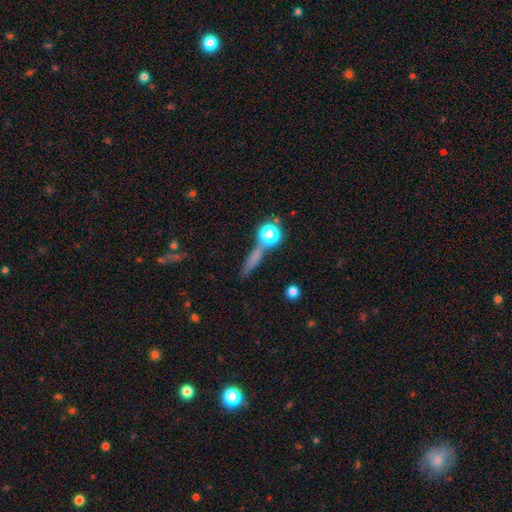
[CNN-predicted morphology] smooth 51%, featured or disk 26%, star or artifact 23%. Down the decision tree: how rounded — cigar-shaped (58%); merging — none (69%).